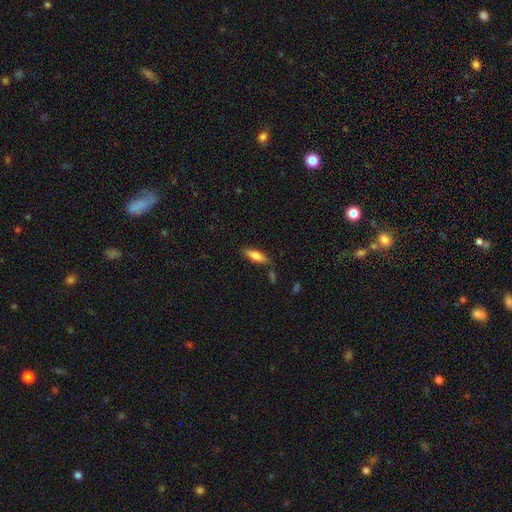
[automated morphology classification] This is likely a smooth galaxy (73%). How rounded: possibly cigar-shaped (51%). Merging: likely none (79%).